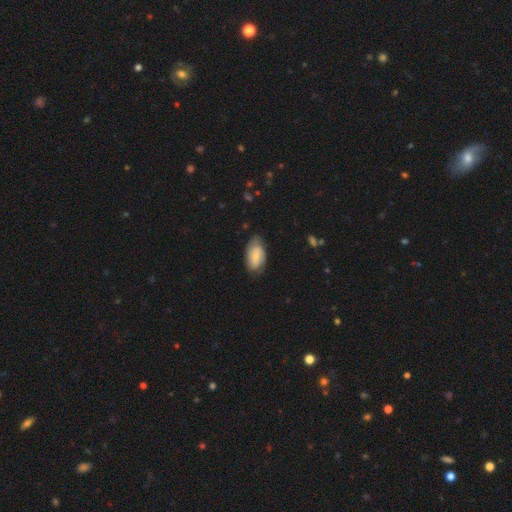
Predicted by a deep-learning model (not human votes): Overall: smooth (68%). How rounded: in between (93%). Merging: none (70%).